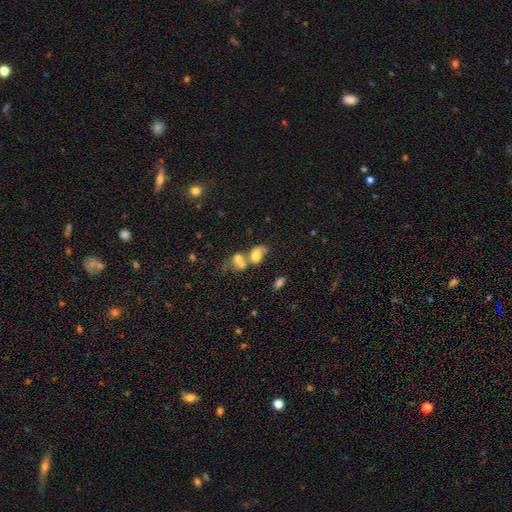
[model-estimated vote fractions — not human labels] Overall: smooth (59%; featured or disk 29%). How rounded: in between (64%; round 34%). Merging: merger (64%).